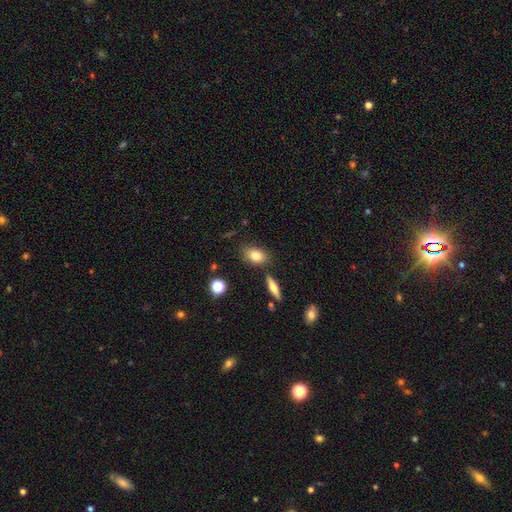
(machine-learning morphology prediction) Q: Smooth or featured?
A: smooth (79%); runner-up: featured or disk (12%)
Q: How rounded?
A: in between (79%); runner-up: round (17%)
Q: Merging?
A: none (77%); runner-up: minor disturbance (14%)